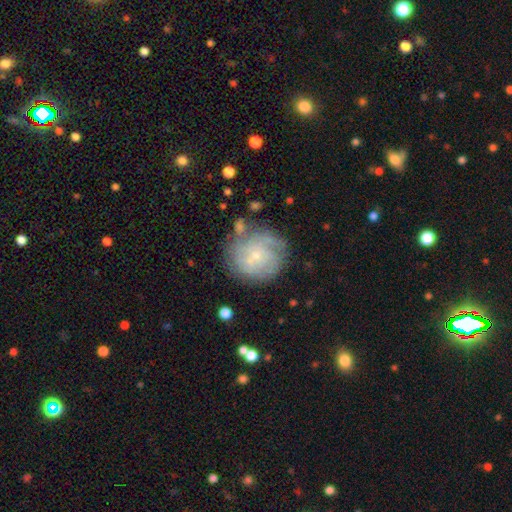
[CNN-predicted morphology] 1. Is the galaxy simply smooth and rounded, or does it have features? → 59% featured or disk, 33% smooth, 8% star or artifact.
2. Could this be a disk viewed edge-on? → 97% no, 3% yes.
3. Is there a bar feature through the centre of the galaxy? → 76% no, 21% weak, 3% strong.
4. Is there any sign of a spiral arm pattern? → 74% yes, 26% no.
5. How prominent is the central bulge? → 78% small, 15% moderate, 5% none, 1% large, 1% dominant.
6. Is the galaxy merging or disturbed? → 61% none, 21% minor disturbance, 12% major disturbance, 6% merger.